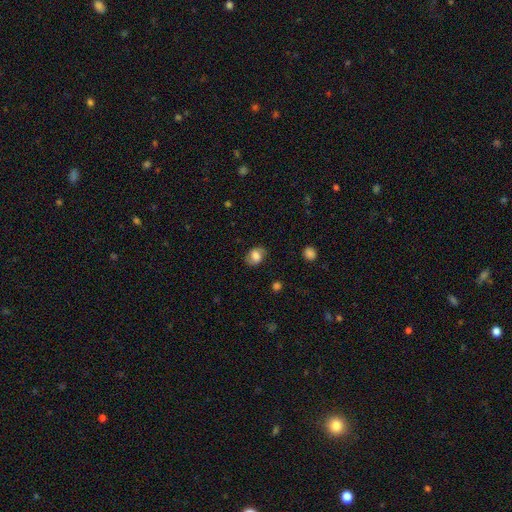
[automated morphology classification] Smooth or featured: smooth — 67% (featured or disk — 24%)
How rounded: in between — 64% (round — 34%)
Merging: none — 77% (minor disturbance — 17%)